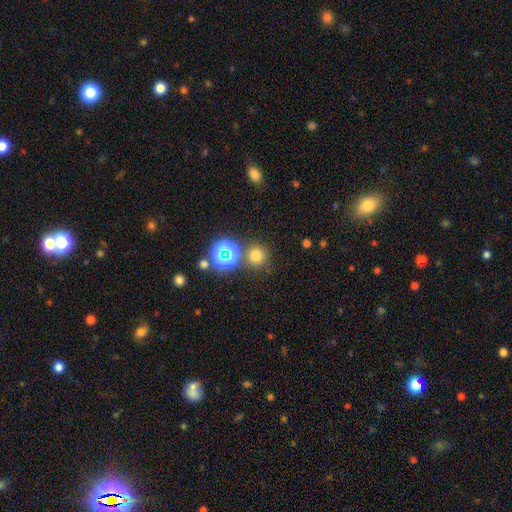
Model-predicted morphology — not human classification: type=smooth (68%); roundness=round (93%); merging=none (80%).